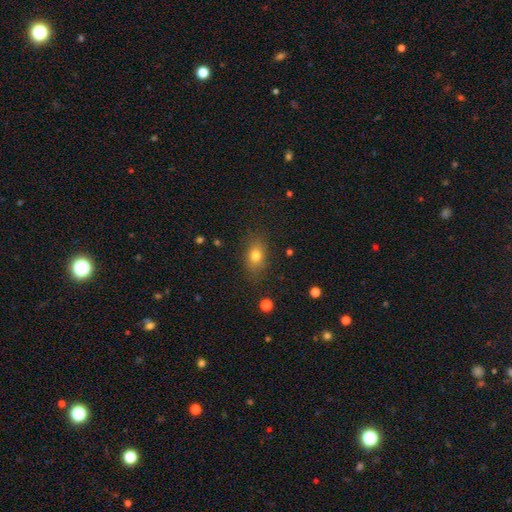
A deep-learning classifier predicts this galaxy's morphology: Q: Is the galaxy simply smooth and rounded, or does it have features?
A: smooth — 77%.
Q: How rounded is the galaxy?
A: in between — 73%.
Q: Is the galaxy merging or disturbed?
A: none — 82%.